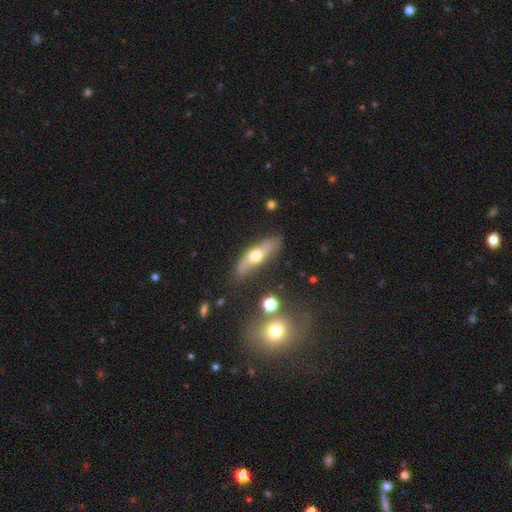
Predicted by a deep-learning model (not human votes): Q: Smooth or featured?
A: featured or disk (54%); runner-up: smooth (40%)
Q: Edge-on disk?
A: yes (58%); runner-up: no (42%)
Q: Merging?
A: none (74%); runner-up: minor disturbance (18%)